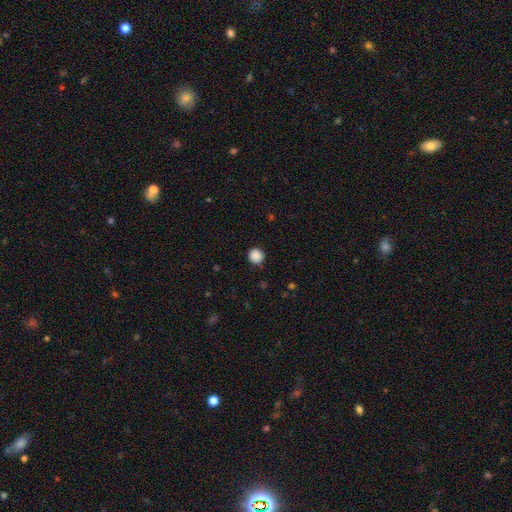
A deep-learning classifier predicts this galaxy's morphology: The model was most divided on "smooth or featured": smooth: 88%, star or artifact: 10%, featured or disk: 3%. More confident: how rounded — round (94%); merging — none (89%).